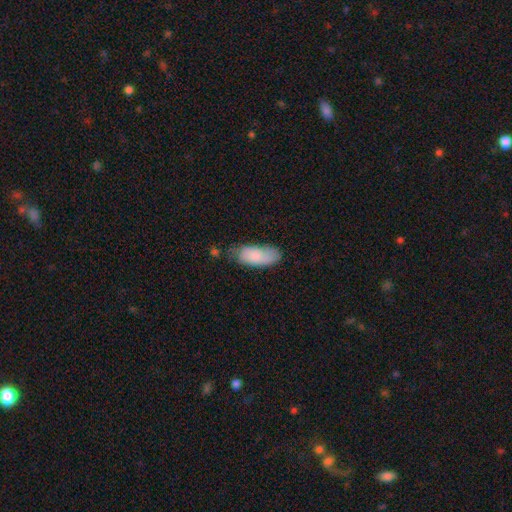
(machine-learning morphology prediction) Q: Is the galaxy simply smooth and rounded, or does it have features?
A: smooth — 79%.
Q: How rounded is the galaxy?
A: in between — 84%.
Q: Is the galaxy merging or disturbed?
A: none — 59%.